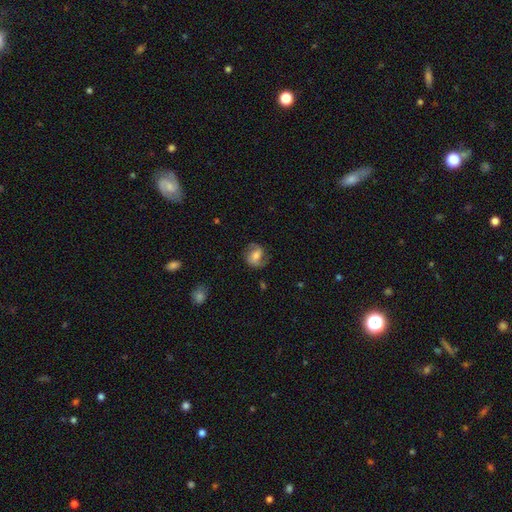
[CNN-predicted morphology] Smooth or featured: featured or disk — 60% (smooth — 32%)
Edge-on disk: no — 97% (yes — 3%)
Bar: weak — 40% (no — 38%)
Spiral arms: yes — 89% (no — 11%)
Spiral winding: medium — 47% (loose — 30%)
Spiral arm count: 2 — 85% (can't tell — 7%)
Bulge size: moderate — 57% (small — 30%)
Merging: none — 74% (minor disturbance — 17%)